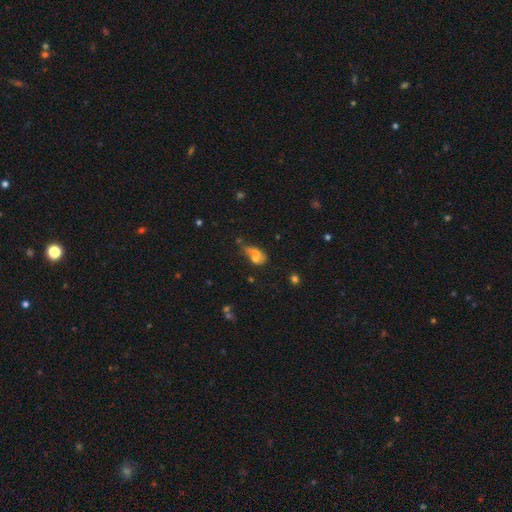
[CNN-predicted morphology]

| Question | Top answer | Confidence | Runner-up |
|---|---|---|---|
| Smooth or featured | smooth | 61% | featured or disk (24%) |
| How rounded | in between | 73% | round (18%) |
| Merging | merger | 37% | none (23%) |